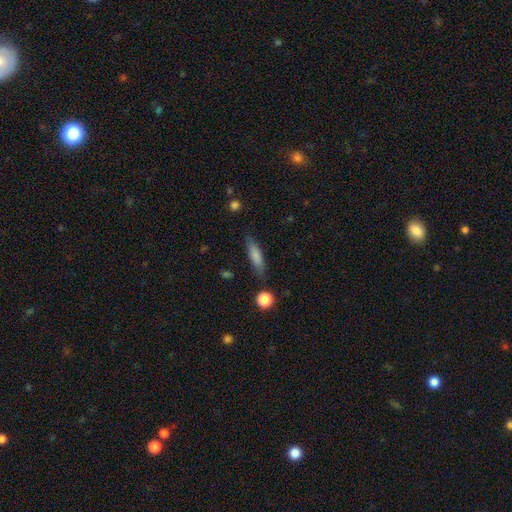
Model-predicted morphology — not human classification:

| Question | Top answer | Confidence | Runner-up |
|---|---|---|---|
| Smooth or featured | smooth | 80% | featured or disk (13%) |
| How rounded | cigar-shaped | 59% | in between (38%) |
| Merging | none | 79% | minor disturbance (15%) |